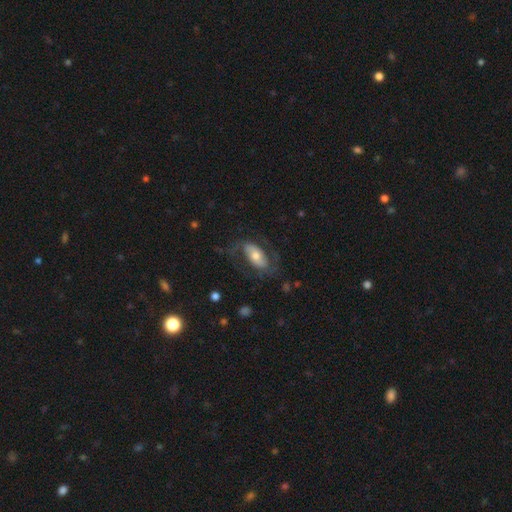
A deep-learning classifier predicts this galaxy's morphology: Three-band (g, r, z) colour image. It shows a featured or disk galaxy (63%) with no bar (42%), spiral arms (84%) and a moderate central bulge (55%). Merging: none (63%).